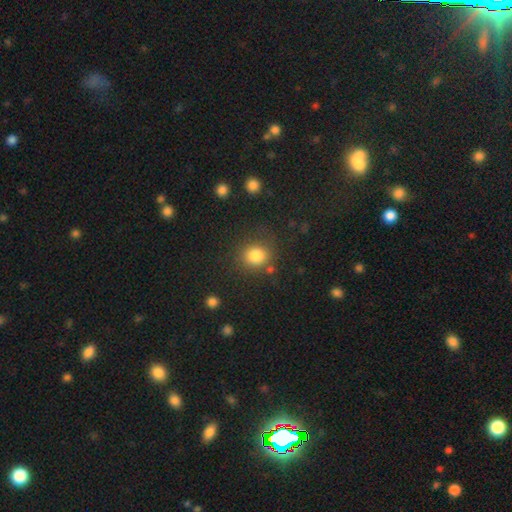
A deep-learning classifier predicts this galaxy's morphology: Smooth or featured: smooth — 83% (star or artifact — 11%)
How rounded: round — 79% (in between — 20%)
Merging: none — 76% (minor disturbance — 13%)